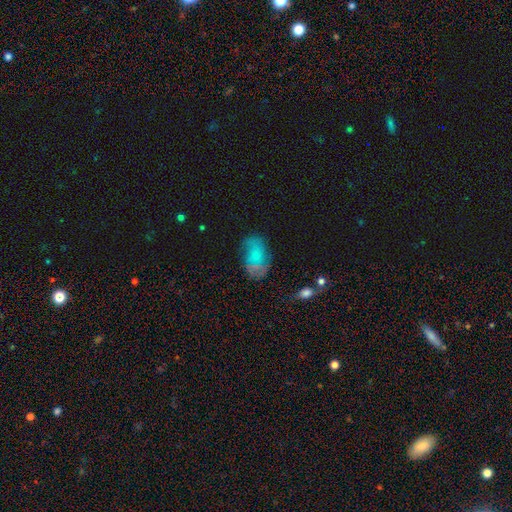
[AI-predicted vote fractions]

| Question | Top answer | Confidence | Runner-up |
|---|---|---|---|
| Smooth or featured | smooth | 51% | featured or disk (38%) |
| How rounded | in between | 86% | round (12%) |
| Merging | none | 50% | minor disturbance (26%) |